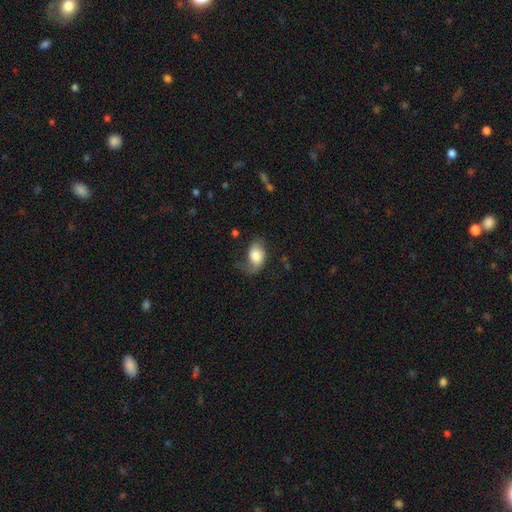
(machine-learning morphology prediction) smooth_or_featured: smooth (p=0.62) [alt: featured or disk p=0.30]
how_rounded: in between (p=0.84) [alt: round p=0.14]
merging: none (p=0.39) [alt: minor disturbance p=0.31]